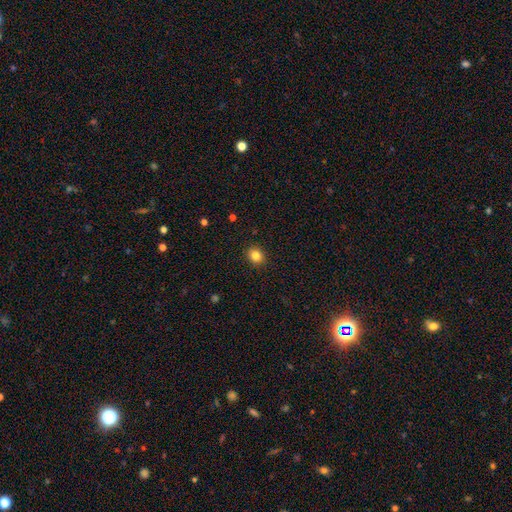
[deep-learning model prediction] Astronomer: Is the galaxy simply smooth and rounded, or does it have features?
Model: smooth — 83%.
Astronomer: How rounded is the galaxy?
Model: round — 73%.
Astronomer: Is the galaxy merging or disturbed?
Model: none — 91%.